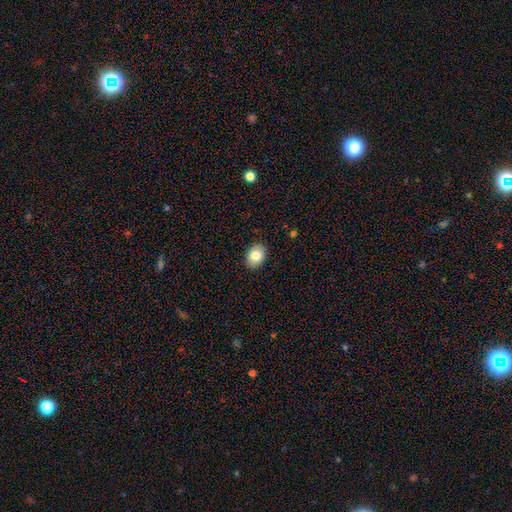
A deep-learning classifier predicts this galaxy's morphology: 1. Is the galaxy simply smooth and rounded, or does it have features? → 83% smooth, 9% featured or disk, 8% star or artifact.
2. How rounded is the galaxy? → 64% in between, 35% round, 1% cigar-shaped.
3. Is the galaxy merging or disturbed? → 89% none, 8% minor disturbance, 2% major disturbance, 1% merger.